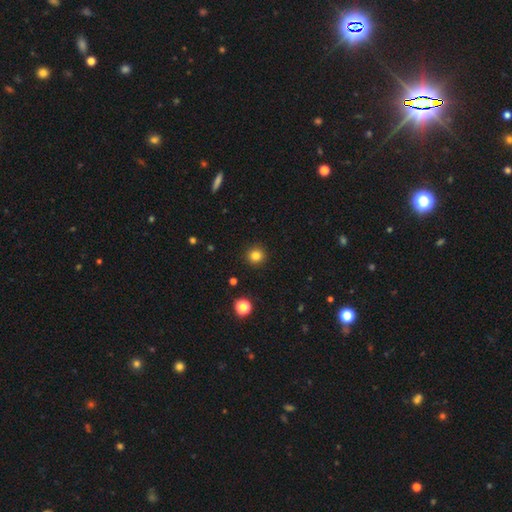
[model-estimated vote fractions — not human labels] Morphology: type=smooth (82%); roundness=round (94%); merging=none (92%).